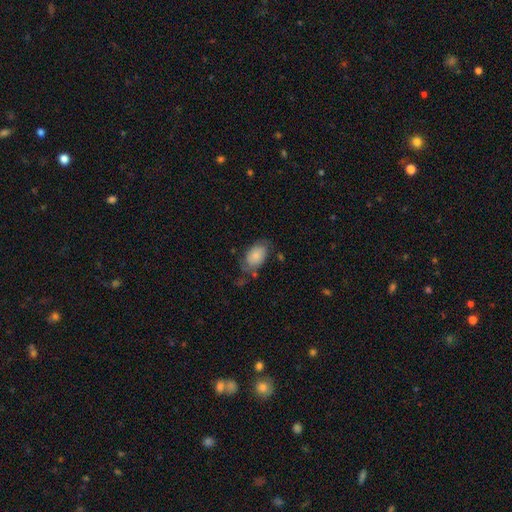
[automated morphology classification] smooth_or_featured: smooth (p=0.69) [alt: featured or disk p=0.24]
how_rounded: in between (p=0.90) [alt: round p=0.09]
merging: none (p=0.50) [alt: minor disturbance p=0.29]